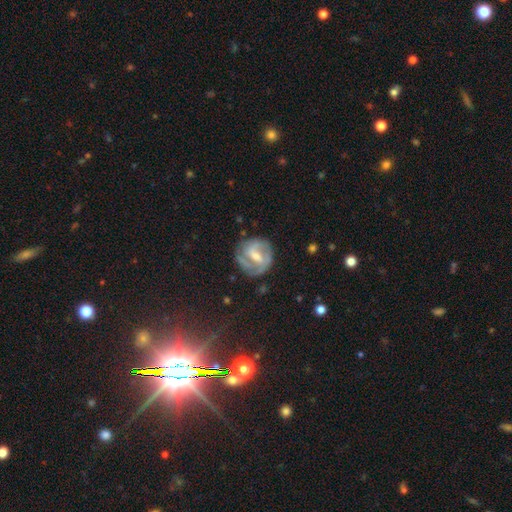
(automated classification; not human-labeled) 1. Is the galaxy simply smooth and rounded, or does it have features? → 74% featured or disk, 17% smooth, 8% star or artifact.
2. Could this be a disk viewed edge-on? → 96% no, 4% yes.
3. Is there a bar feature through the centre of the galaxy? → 46% weak, 37% strong, 17% no.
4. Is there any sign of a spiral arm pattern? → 86% yes, 14% no.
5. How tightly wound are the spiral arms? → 48% tight, 38% medium, 13% loose.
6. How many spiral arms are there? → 57% 2, 21% can't tell, 11% 3, 7% 1, 3% 4, 2% more than 4.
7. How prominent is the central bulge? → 52% moderate, 38% small, 4% none, 4% large, 1% dominant.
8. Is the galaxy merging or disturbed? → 71% none, 19% minor disturbance, 9% major disturbance, 2% merger.